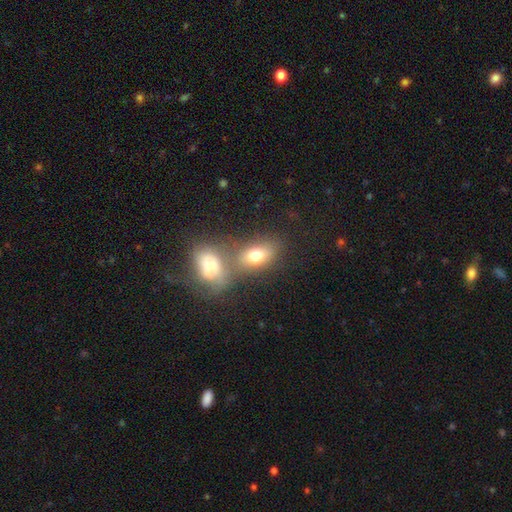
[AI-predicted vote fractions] A smooth galaxy with no disk features (73%) that is in between round and cigar-shaped (80%). Merging: none (47%).